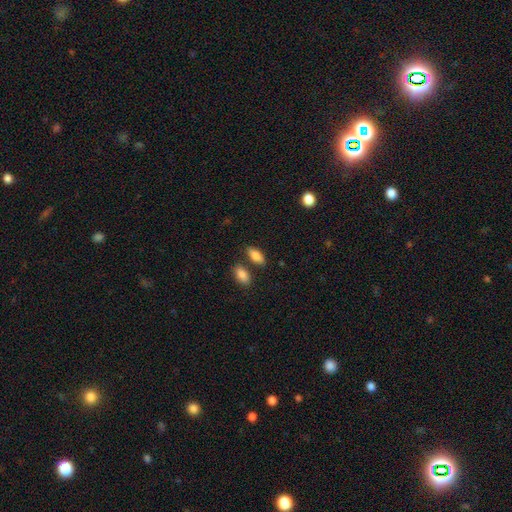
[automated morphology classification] type=smooth (85%); roundness=in between (87%); merging=none (71%).